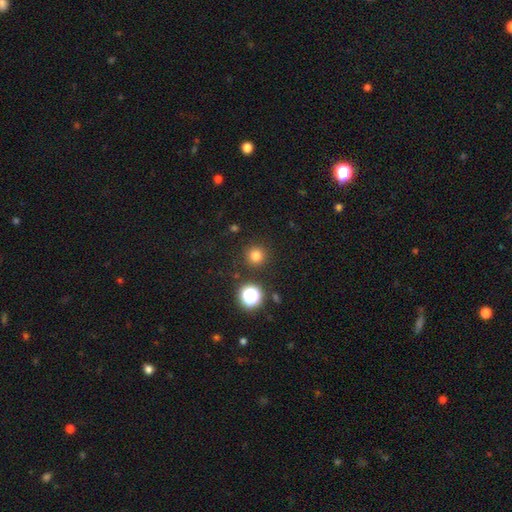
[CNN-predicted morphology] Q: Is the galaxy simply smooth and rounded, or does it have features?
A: smooth — 77%.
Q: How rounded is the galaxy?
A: round — 96%.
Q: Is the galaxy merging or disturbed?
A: none — 90%.